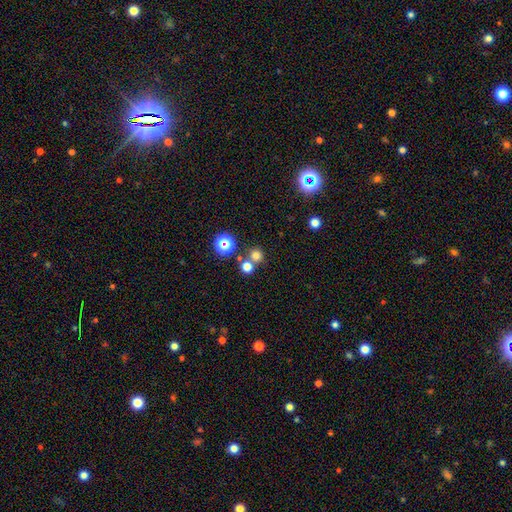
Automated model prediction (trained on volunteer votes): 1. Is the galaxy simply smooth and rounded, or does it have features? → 72% smooth, 21% star or artifact, 7% featured or disk.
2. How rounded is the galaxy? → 91% round, 8% in between, 1% cigar-shaped.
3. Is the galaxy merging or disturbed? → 67% none, 23% merger, 6% minor disturbance, 3% major disturbance.